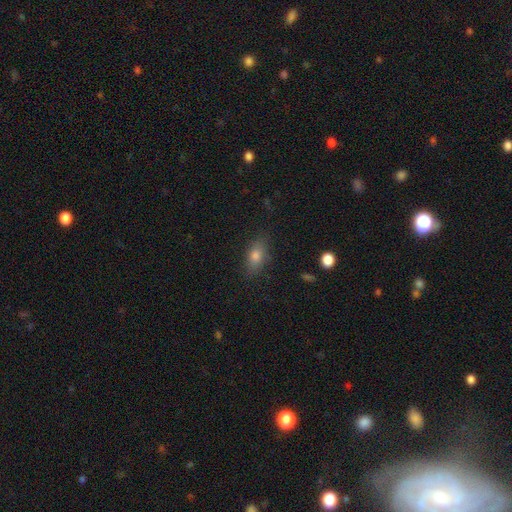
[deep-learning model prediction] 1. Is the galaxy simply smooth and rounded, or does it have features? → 75% smooth, 13% featured or disk, 12% star or artifact.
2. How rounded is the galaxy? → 81% in between, 11% round, 8% cigar-shaped.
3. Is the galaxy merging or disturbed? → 84% none, 12% minor disturbance, 3% major disturbance, 1% merger.